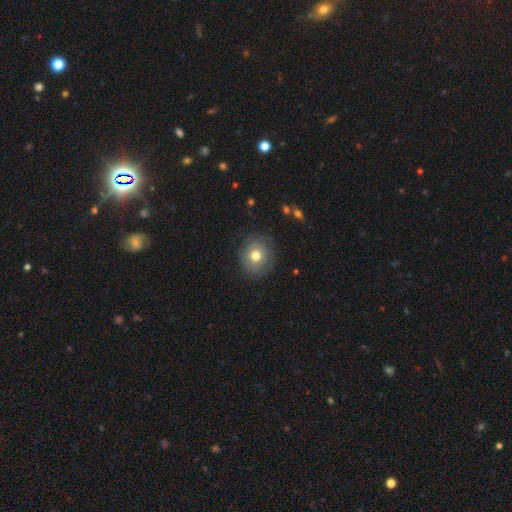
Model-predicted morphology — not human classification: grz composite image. It shows a smooth galaxy with no disk features (72%) that is round (84%). Merging: none (82%).